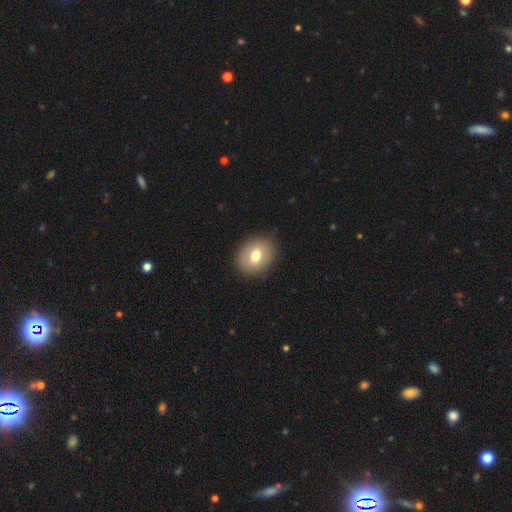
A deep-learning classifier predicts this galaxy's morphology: Q: Smooth or featured?
A: smooth (73%); runner-up: featured or disk (19%)
Q: How rounded?
A: in between (55%); runner-up: round (44%)
Q: Merging?
A: none (87%); runner-up: minor disturbance (10%)